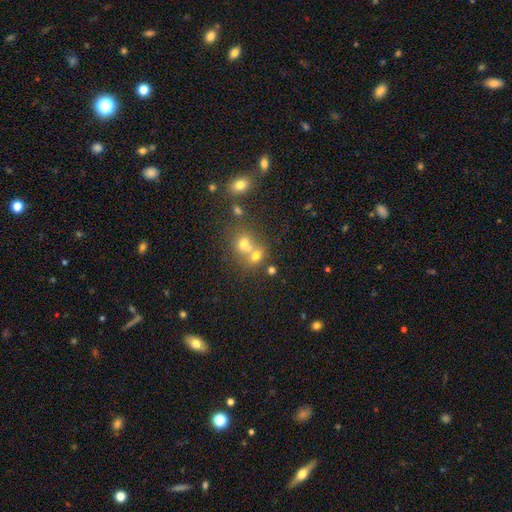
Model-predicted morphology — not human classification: type=smooth (66%); roundness=round (64%); merging=merger (56%).